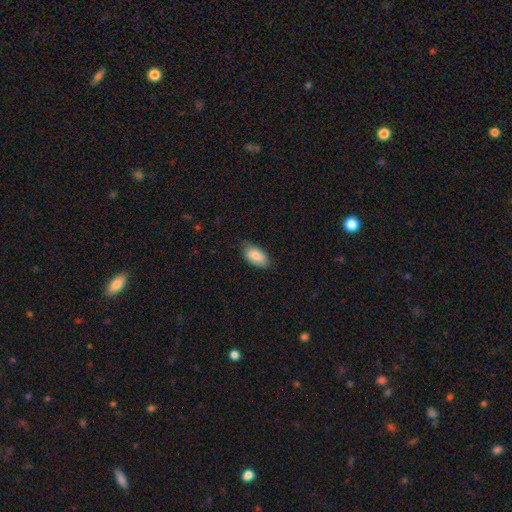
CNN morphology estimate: Q: Smooth or featured?
A: smooth (81%); runner-up: featured or disk (12%)
Q: How rounded?
A: in between (94%); runner-up: round (3%)
Q: Merging?
A: none (71%); runner-up: minor disturbance (24%)